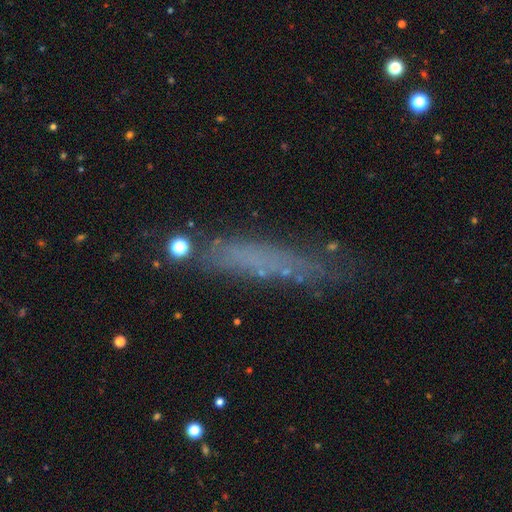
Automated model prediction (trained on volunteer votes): A smooth galaxy with no disk features (50%). Merging: none (67%).